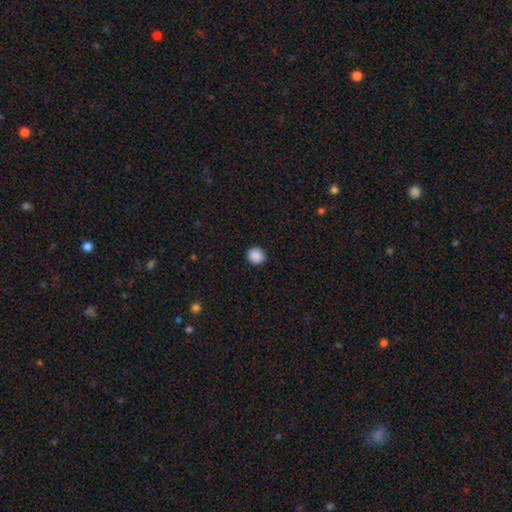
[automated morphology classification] This is clearly a smooth galaxy (89%). How rounded: clearly round (87%). Merging: clearly none (92%).